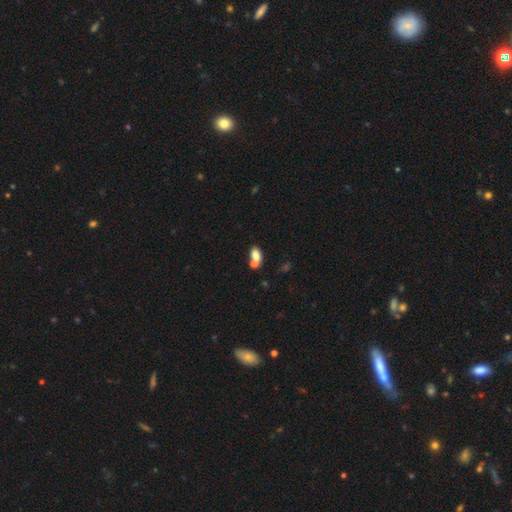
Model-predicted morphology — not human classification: This appears to be a smooth galaxy with no disk features (78%) that is in between round and cigar-shaped (86%). Merging: merger (46%).